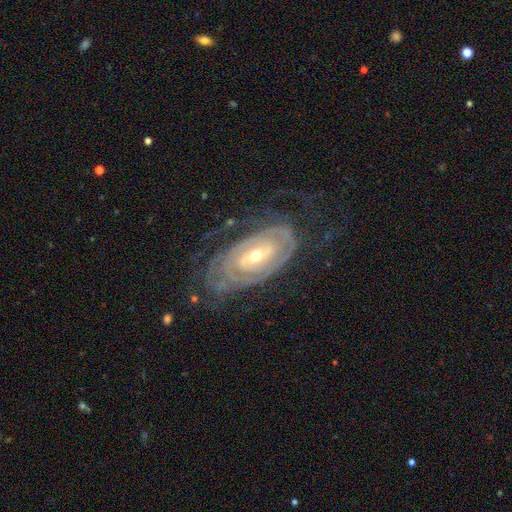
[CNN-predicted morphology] A featured or disk galaxy (87%) with no bar (44%), tight (78%) spiral arms (92%) and a moderate central bulge (50%). Merging: none (65%).